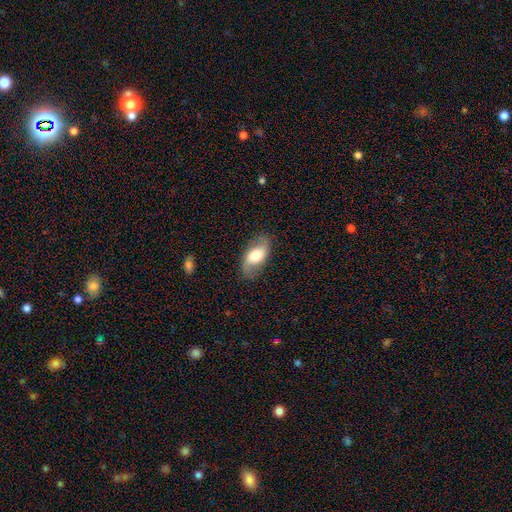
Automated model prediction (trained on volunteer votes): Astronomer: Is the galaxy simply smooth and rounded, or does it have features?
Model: smooth — 50% (runner-up: featured or disk, 43%).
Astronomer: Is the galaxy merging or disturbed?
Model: none — 79%.